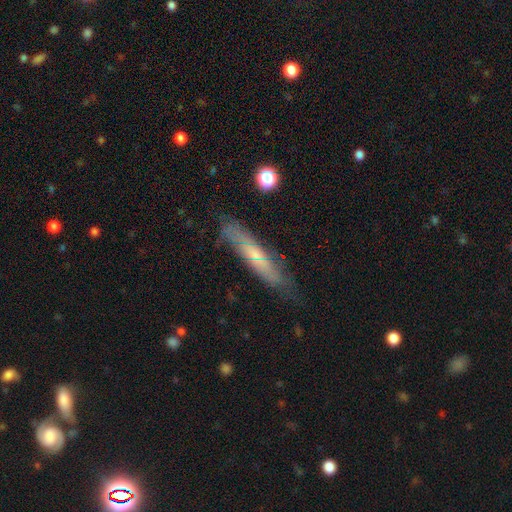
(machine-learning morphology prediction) type=featured or disk (52%); edge-on=yes (63%); merging=none (71%).